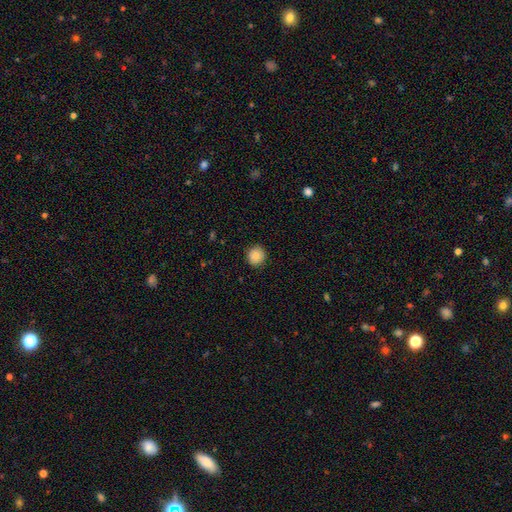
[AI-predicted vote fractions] Morphology: type=smooth (87%); roundness=round (93%); merging=none (90%).